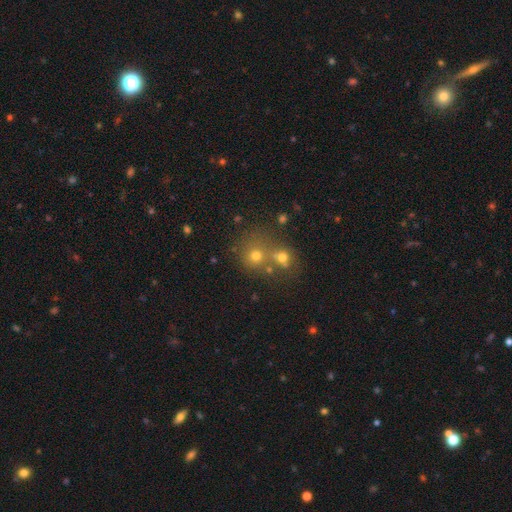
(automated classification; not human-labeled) smooth 68%, star or artifact 19%, featured or disk 12%. Down the decision tree: how rounded — round (85%); merging — none (49%).